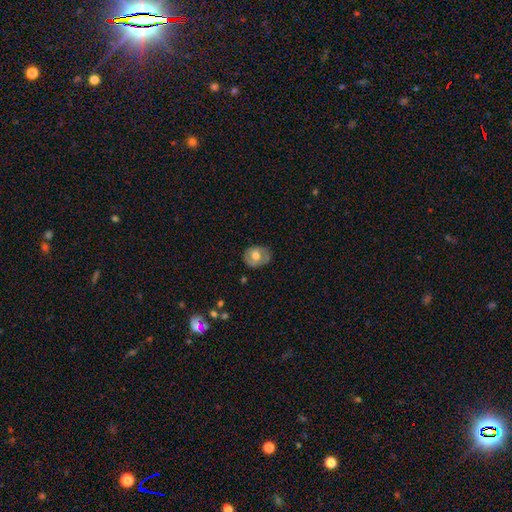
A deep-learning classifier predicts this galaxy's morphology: This is possibly a smooth galaxy (52%). How rounded: possibly round (57%). Merging: likely none (76%).